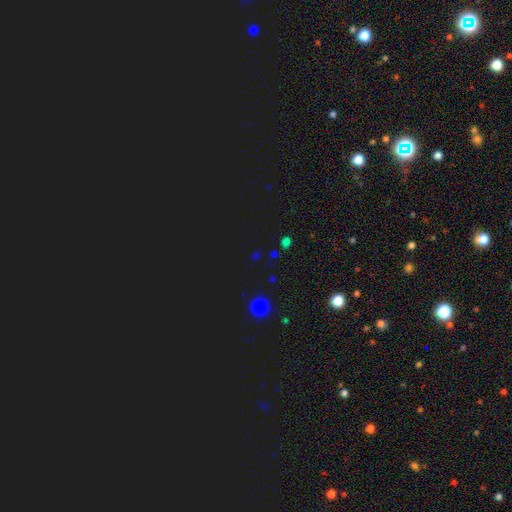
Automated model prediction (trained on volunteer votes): Morphology: type=star or artifact (59%).